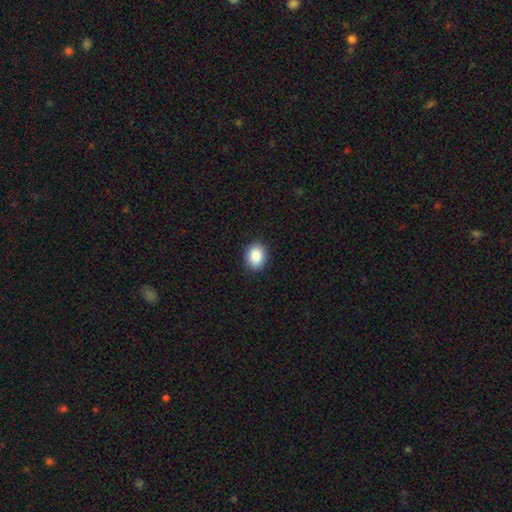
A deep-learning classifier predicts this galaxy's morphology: Smooth or featured? smooth (88%)
How rounded? in between (52%)
Merging? none (90%)